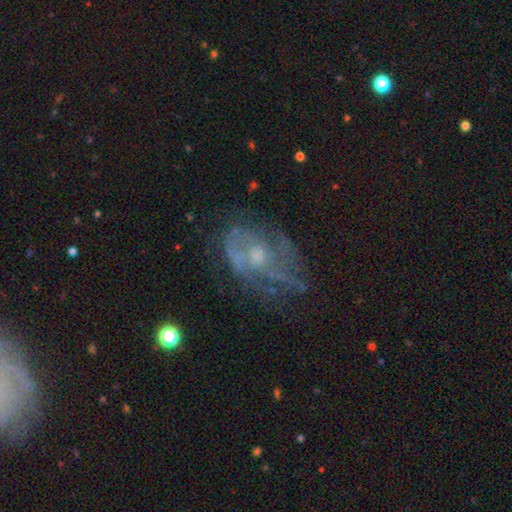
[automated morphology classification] This appears to be a featured or disk galaxy (71%) with no bar (78%), spiral arms (62%) and a moderate central bulge (47%). Merging: none (46%).